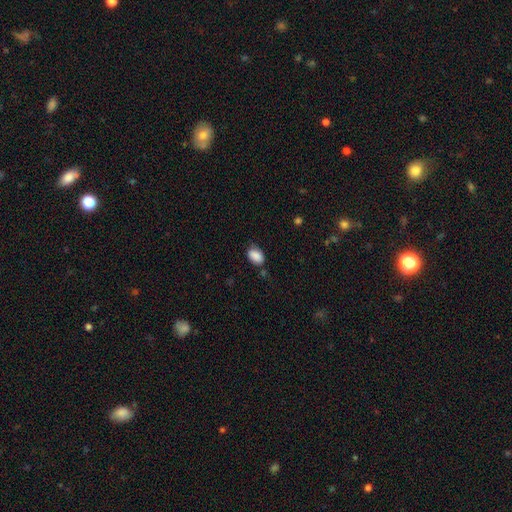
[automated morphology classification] type=smooth (87%); roundness=in between (86%); merging=none (68%).